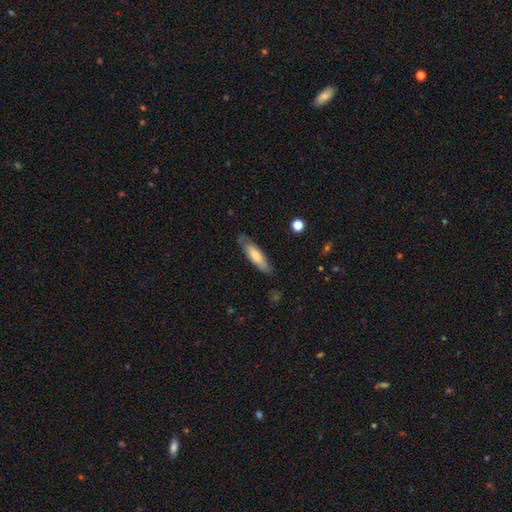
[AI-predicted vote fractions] Overall: smooth (68%). How rounded: cigar-shaped (63%; in between 36%). Merging: none (78%).